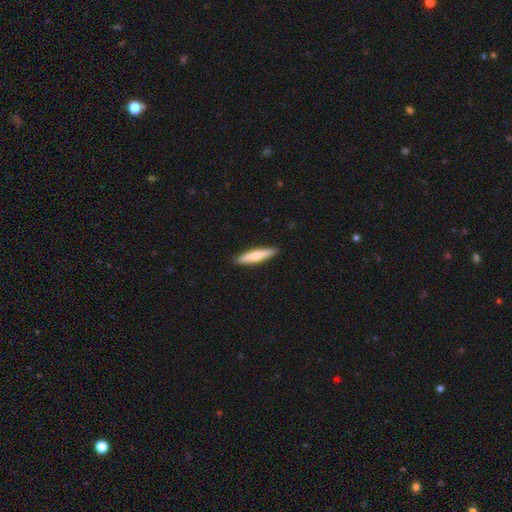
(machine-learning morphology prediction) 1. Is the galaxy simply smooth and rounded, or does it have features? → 63% smooth, 32% featured or disk, 5% star or artifact.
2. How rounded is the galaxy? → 84% cigar-shaped, 14% in between, 1% round.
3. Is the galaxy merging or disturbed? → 91% none, 7% minor disturbance, 1% major disturbance, 1% merger.